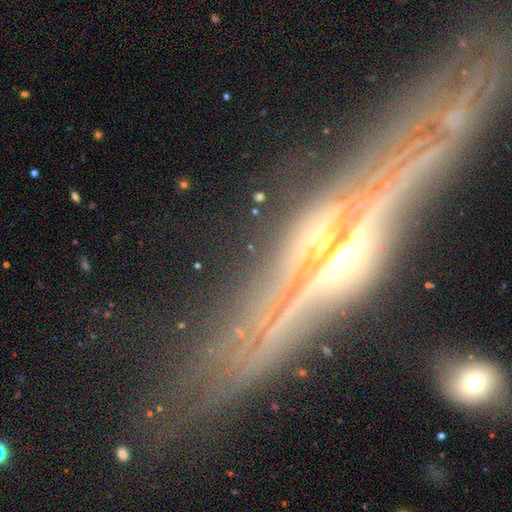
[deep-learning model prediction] Smooth or featured? featured or disk (76%)
Edge-on disk? yes (90%)
Edge-on bulge? rounded (84%)
Merging? none (80%)